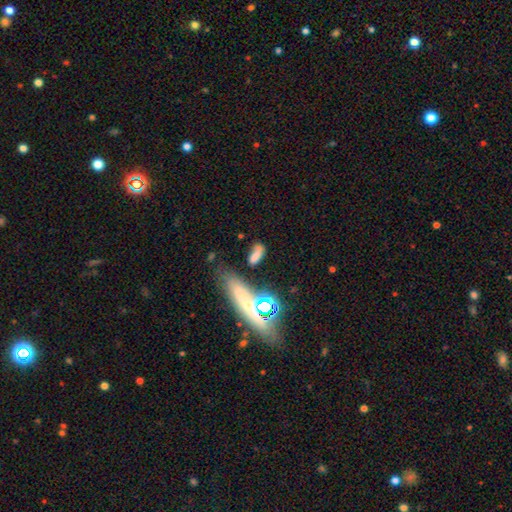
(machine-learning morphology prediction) Smooth or featured: smooth — 67% (star or artifact — 17%)
How rounded: in between — 72% (cigar-shaped — 21%)
Merging: none — 57% (minor disturbance — 20%)